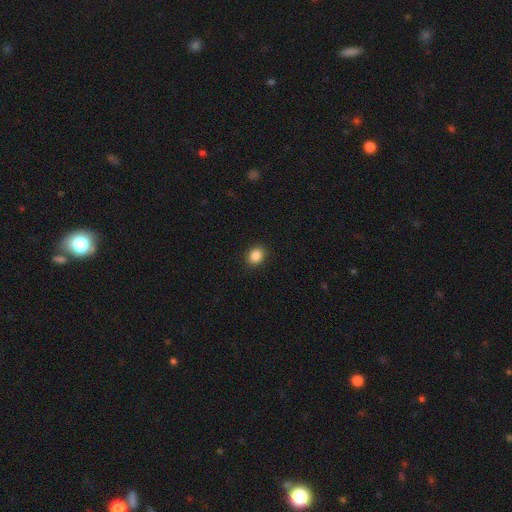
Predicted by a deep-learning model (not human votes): smooth_or_featured: smooth (p=0.87) [alt: star or artifact p=0.09]
how_rounded: round (p=0.60) [alt: in between p=0.39]
merging: none (p=0.90) [alt: minor disturbance p=0.07]